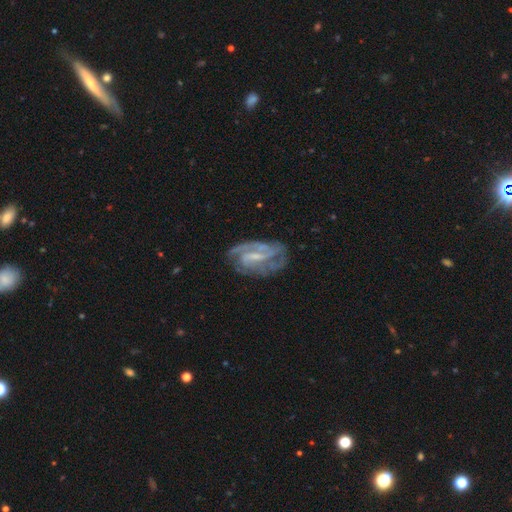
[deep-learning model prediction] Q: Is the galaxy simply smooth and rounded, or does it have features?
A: featured or disk — 85%.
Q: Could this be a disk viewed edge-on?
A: no — 96%.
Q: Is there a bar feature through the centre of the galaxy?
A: weak — 49%.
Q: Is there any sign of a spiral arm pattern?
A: yes — 94%.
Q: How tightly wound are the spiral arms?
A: medium — 45%.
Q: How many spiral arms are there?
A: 2 — 46%.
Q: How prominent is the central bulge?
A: small — 52%.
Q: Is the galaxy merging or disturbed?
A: none — 66%.